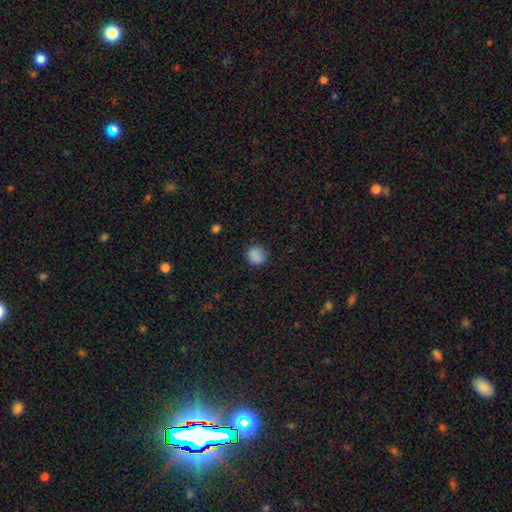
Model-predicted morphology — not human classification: Smooth or featured?
  - smooth: 87% *
  - star or artifact: 10%
  - featured or disk: 3%
How rounded?
  - round: 89% *
  - in between: 10%
  - cigar-shaped: 1%
Merging?
  - none: 87% *
  - minor disturbance: 9%
  - major disturbance: 3%
  - merger: 1%